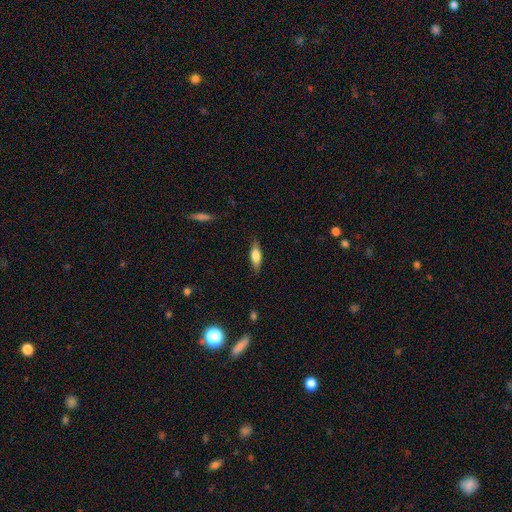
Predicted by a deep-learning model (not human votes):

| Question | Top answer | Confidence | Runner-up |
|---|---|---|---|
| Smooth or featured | smooth | 57% | featured or disk (36%) |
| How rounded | in between | 49% | cigar-shaped (48%) |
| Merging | none | 84% | minor disturbance (12%) |